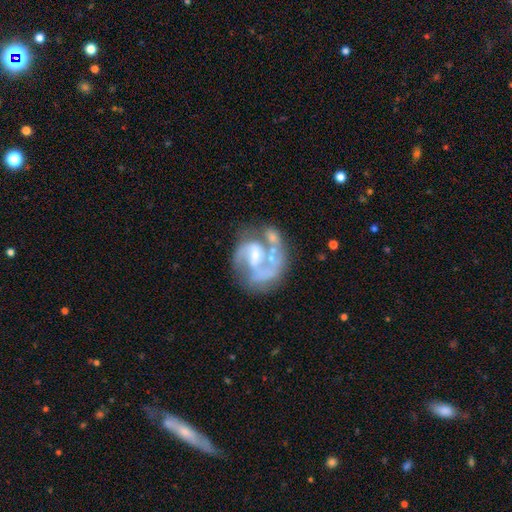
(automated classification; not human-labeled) A featured or disk galaxy (82%) with a weak bar (46%), 2 (70%) medium (50%) spiral arms (88%) and a small central bulge (38%). Merging: none (46%).